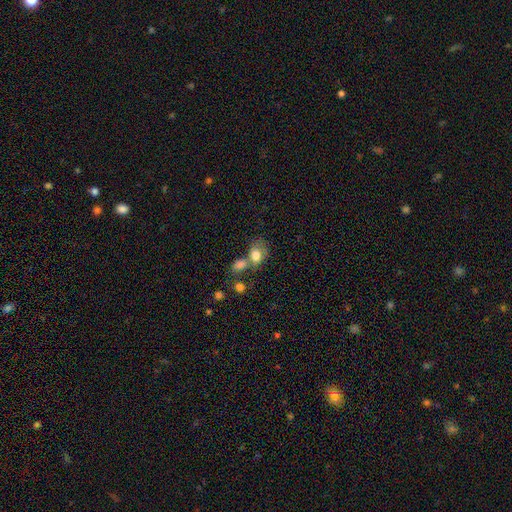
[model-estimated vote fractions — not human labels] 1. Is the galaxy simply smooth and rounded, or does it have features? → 77% smooth, 13% featured or disk, 9% star or artifact.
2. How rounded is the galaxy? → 64% in between, 35% round, 1% cigar-shaped.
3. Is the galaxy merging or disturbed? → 45% merger, 30% none, 14% minor disturbance, 10% major disturbance.